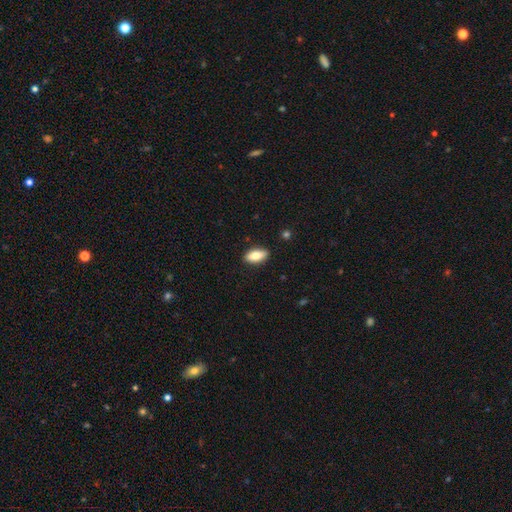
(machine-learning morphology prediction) This appears to be a smooth galaxy with no disk features (81%) that is in between round and cigar-shaped (88%). Merging: none (87%).